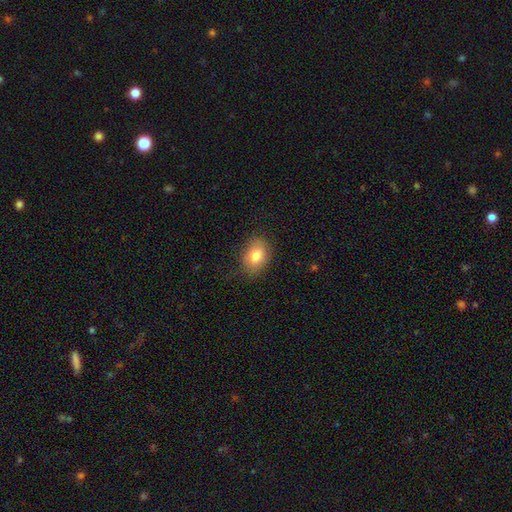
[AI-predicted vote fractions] Overall: smooth (79%). How rounded: in between (77%). Merging: none (77%).